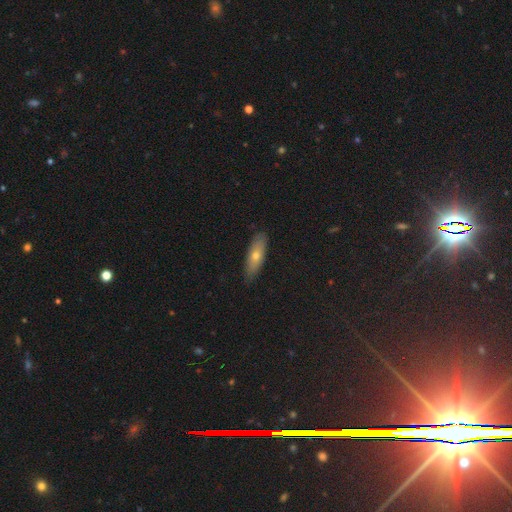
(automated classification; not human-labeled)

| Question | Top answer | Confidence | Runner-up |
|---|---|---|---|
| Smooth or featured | smooth | 59% | featured or disk (34%) |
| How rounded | cigar-shaped | 50% | in between (47%) |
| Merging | none | 88% | minor disturbance (9%) |